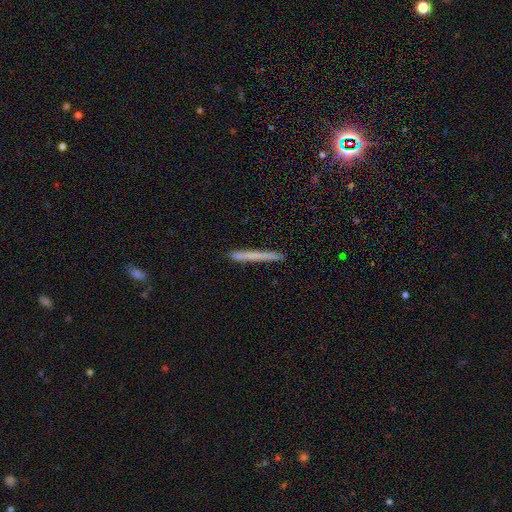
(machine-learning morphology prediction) The model was most divided on "smooth or featured": smooth: 65%, featured or disk: 29%, star or artifact: 6%. More confident: how rounded — cigar-shaped (97%); merging — none (90%).